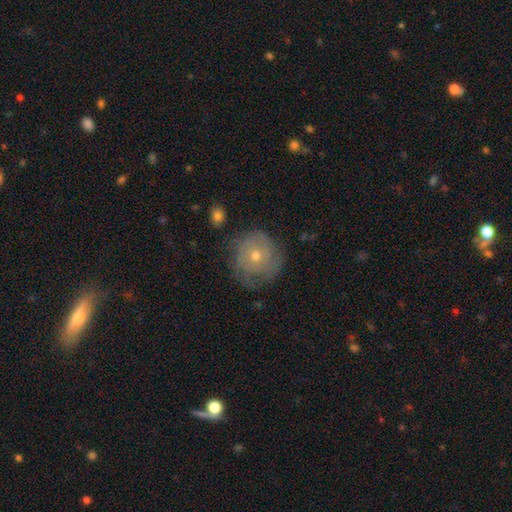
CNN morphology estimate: Smooth or featured: featured or disk — 53% (smooth — 37%)
Edge-on disk: no — 96% (yes — 4%)
Bar: no — 88% (weak — 10%)
Spiral arms: yes — 68% (no — 32%)
Bulge size: small — 50% (moderate — 47%)
Merging: none — 68% (minor disturbance — 21%)